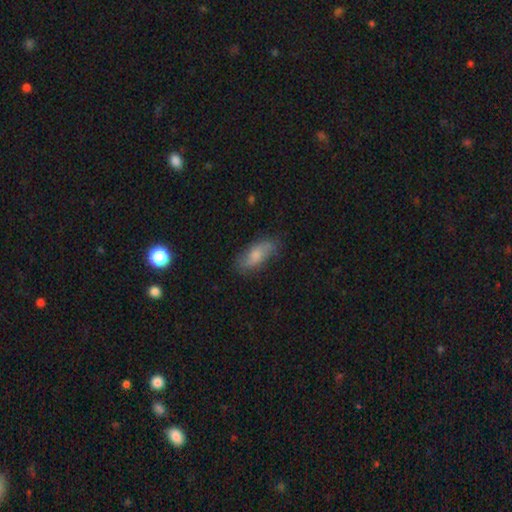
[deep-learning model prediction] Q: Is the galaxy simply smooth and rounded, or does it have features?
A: smooth — 64%.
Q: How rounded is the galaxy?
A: in between — 74%.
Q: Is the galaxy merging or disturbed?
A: none — 75%.